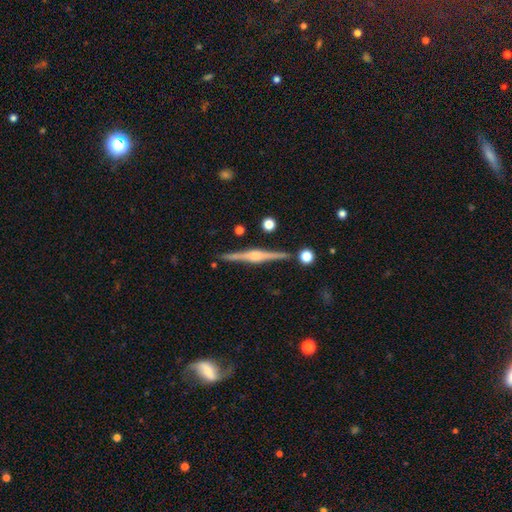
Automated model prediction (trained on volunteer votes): Smooth or featured? featured or disk (85%)
Edge-on disk? yes (99%)
Edge-on bulge? rounded (73%)
Merging? none (90%)